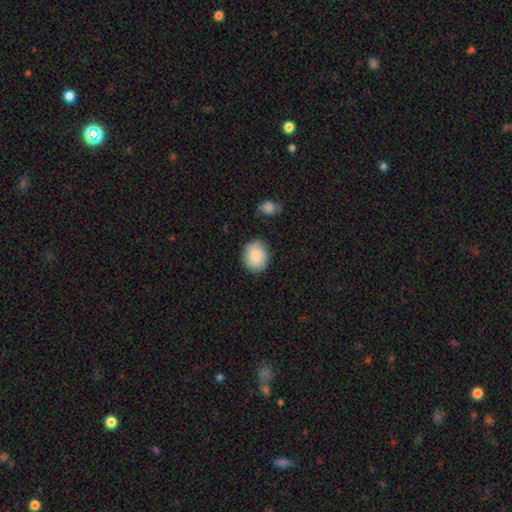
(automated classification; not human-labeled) The model was most divided on "how rounded": round: 62%, in between: 37%, cigar-shaped: 1%. More confident: smooth or featured — smooth (86%); merging — none (81%).